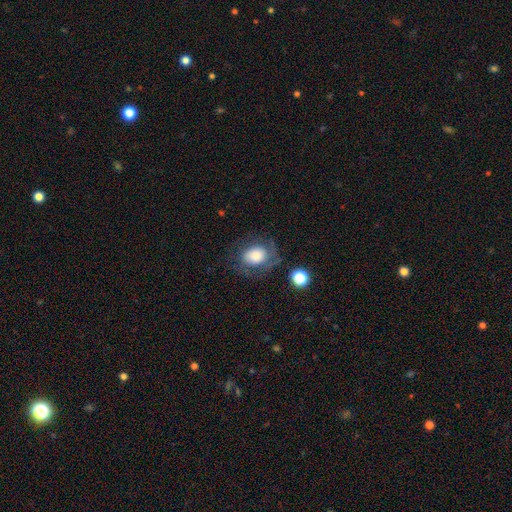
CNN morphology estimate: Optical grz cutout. It shows a smooth galaxy with no disk features (62%) that is in between round and cigar-shaped (57%). Merging: none (55%).